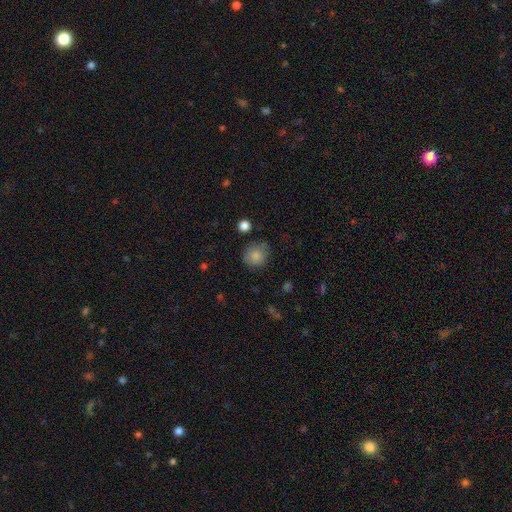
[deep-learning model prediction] Smooth or featured: smooth — 83% (star or artifact — 9%)
How rounded: round — 85% (in between — 14%)
Merging: none — 77% (minor disturbance — 16%)